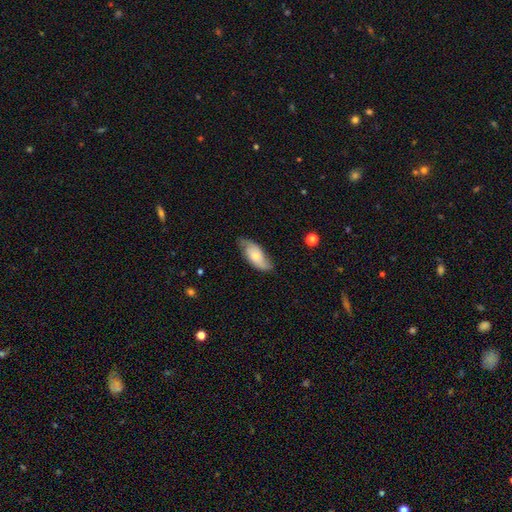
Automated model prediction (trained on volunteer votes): Smooth or featured? smooth (58%)
How rounded? in between (86%)
Merging? none (66%)